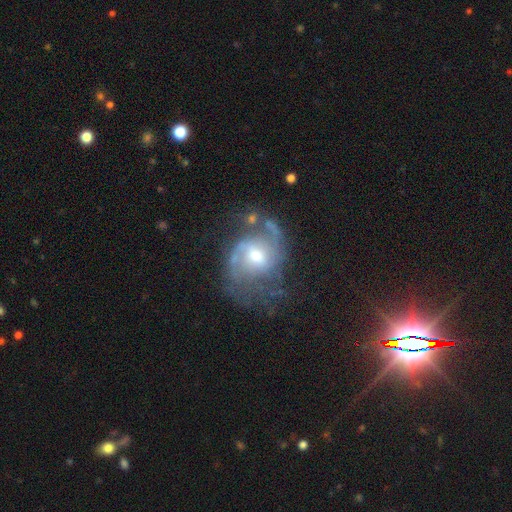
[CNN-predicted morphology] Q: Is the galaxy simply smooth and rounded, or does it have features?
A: featured or disk — 82%.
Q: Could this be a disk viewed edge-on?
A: no — 97%.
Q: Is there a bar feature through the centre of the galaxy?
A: no — 48%.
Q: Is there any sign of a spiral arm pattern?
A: yes — 91%.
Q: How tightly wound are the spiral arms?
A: medium — 46%.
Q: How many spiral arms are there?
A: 2 — 67%.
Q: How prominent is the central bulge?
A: moderate — 58%.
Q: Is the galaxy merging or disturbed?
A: none — 50%.